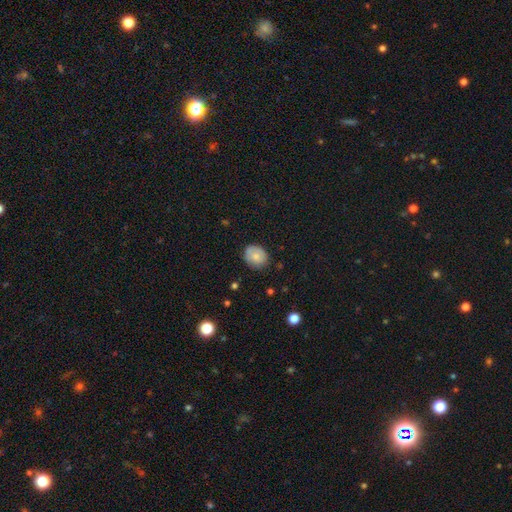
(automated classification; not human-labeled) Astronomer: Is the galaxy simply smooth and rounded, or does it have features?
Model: smooth — 76%.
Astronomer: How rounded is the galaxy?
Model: round — 59% (runner-up: in between, 40%).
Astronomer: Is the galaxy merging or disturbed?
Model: none — 78%.